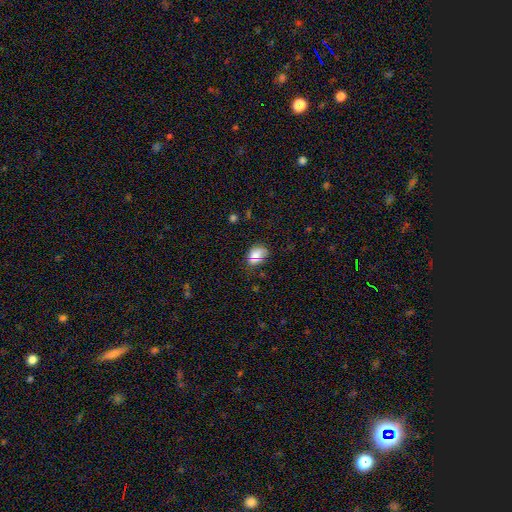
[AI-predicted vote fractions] smooth_or_featured: smooth (p=0.73) [alt: star or artifact p=0.18]
how_rounded: in between (p=0.68) [alt: round p=0.30]
merging: none (p=0.73) [alt: minor disturbance p=0.18]